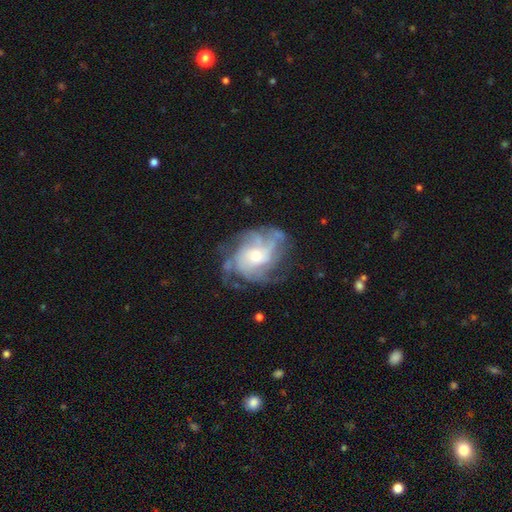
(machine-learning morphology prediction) The model was most divided on "bulge size" (2-way tie): small: 47%, moderate: 47%, large: 4%, none: 1%, dominant: 1%. Remaining: edge-on disk — no (97%); spiral arms — yes (92%); smooth or featured — featured or disk (84%); bar — no (73%); merging — none (62%); spiral winding — tight (44%); spiral arm count — can't tell (30%).